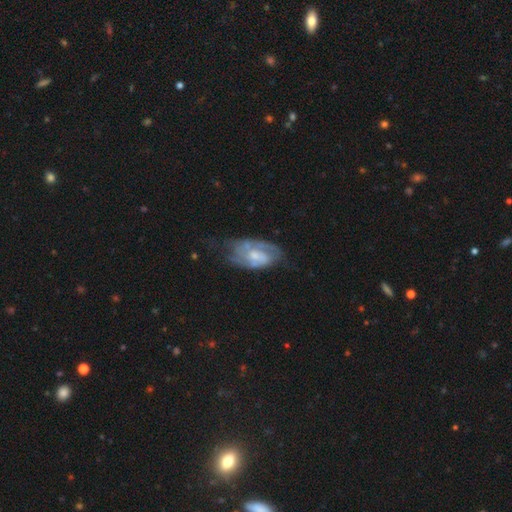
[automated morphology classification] Smooth or featured: featured or disk — 67% (smooth — 26%)
Edge-on disk: no — 95% (yes — 5%)
Bar: no — 60% (weak — 34%)
Spiral arms: yes — 73% (no — 27%)
Bulge size: moderate — 43% (small — 36%)
Merging: none — 46% (minor disturbance — 30%)